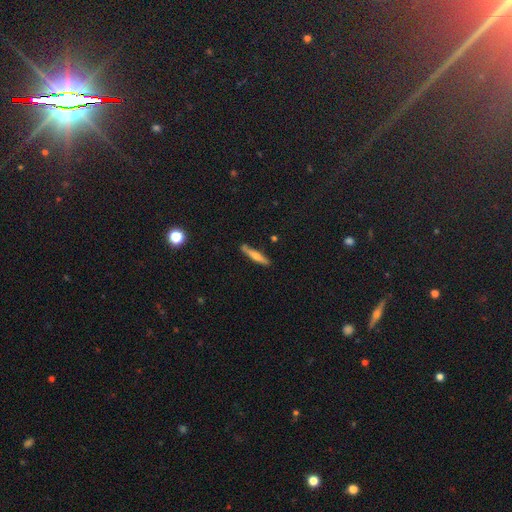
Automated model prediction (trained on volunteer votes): smooth-or-featured: featured or disk: 47% | smooth: 46% | star or artifact: 7%
  merging: none: 85% | minor disturbance: 11% | merger: 2% | major disturbance: 2%